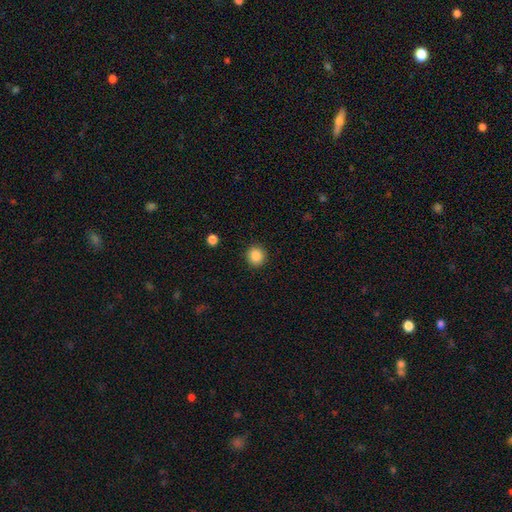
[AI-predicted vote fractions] smooth-or-featured: smooth: 86% | star or artifact: 10% | featured or disk: 4%
  how-rounded: round: 91% | in between: 8% | cigar-shaped: 1%
  merging: none: 91% | minor disturbance: 6% | major disturbance: 2% | merger: 1%